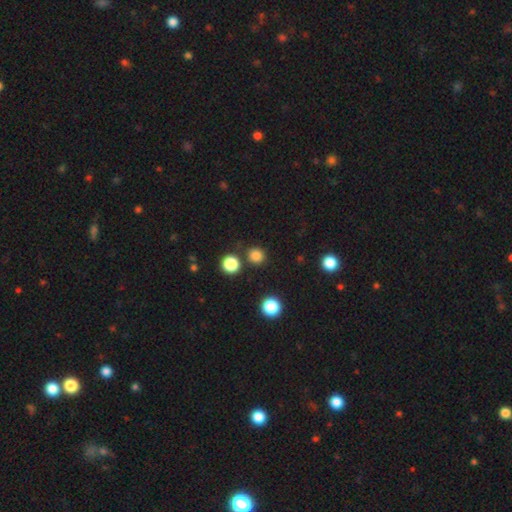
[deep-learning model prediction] Smooth or featured? Predicted: smooth (p=0.82). How rounded? Predicted: round (p=0.92). Merging? Predicted: none (p=0.85).